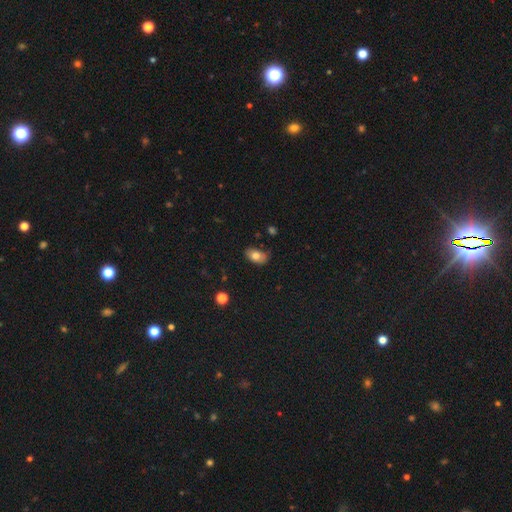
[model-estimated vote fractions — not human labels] The model was most divided on "merging": none: 69%, minor disturbance: 24%, major disturbance: 5%, merger: 2%. More confident: how rounded — in between (89%); smooth or featured — smooth (78%).